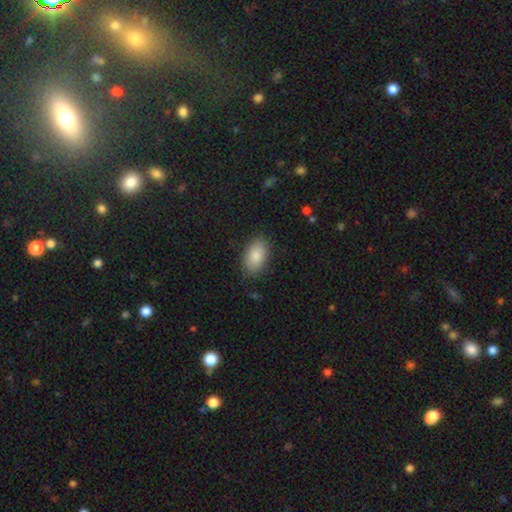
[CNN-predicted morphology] type=smooth (87%); roundness=in between (93%); merging=none (84%).